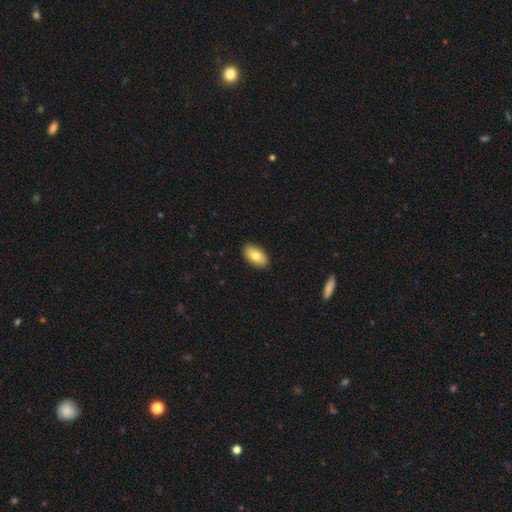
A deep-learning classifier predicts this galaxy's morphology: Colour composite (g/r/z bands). It shows a smooth galaxy with no disk features (78%) that is in between round and cigar-shaped (93%). Merging: none (90%).